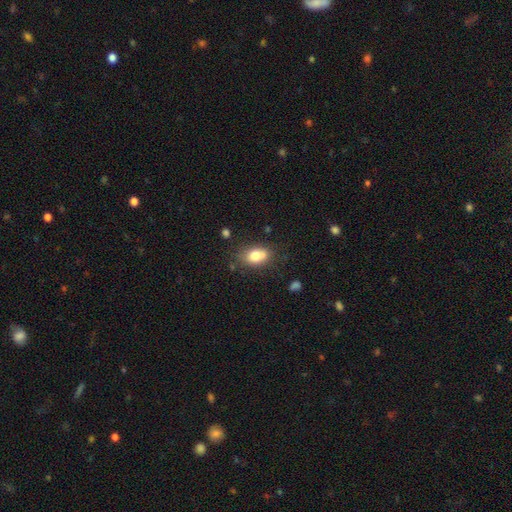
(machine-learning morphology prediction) Overall: smooth (78%). How rounded: in between (82%). Merging: none (67%).